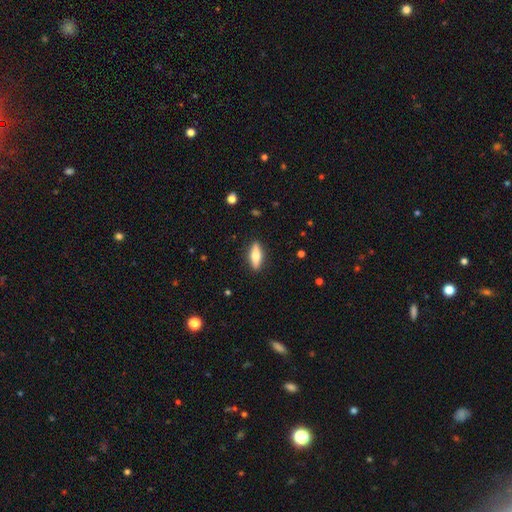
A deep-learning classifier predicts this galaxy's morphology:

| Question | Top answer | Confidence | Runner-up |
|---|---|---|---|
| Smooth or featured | smooth | 63% | featured or disk (31%) |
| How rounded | cigar-shaped | 49% | in between (48%) |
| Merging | none | 89% | minor disturbance (8%) |